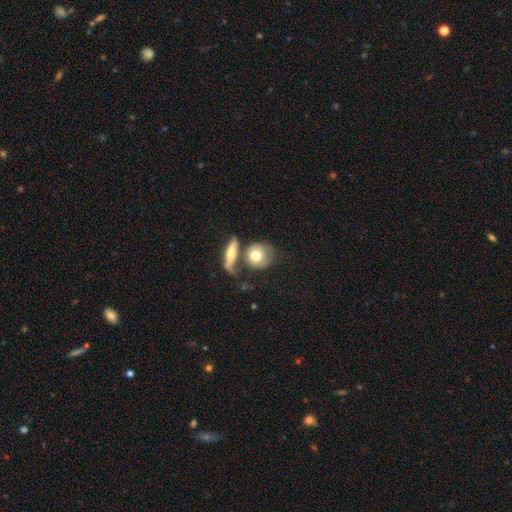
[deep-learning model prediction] Morphology: type=smooth (68%); roundness=round (72%); merging=none (46%).